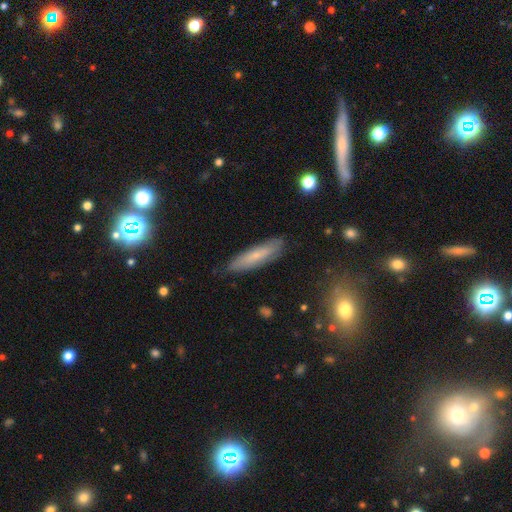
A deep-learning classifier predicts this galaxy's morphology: Q: Smooth or featured?
A: smooth (63%); runner-up: featured or disk (30%)
Q: How rounded?
A: cigar-shaped (75%); runner-up: in between (23%)
Q: Merging?
A: none (83%); runner-up: minor disturbance (13%)